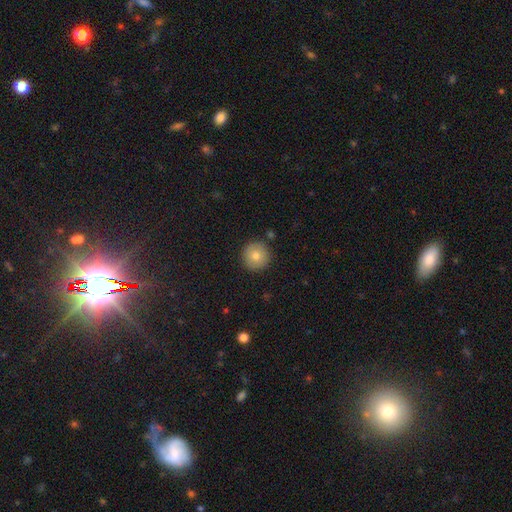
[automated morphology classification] A smooth galaxy with no disk features (79%) that is round (95%).

Vote fractions:
- Smooth or featured? smooth: 79% / featured or disk: 12% / star or artifact: 9%
- How rounded? round: 95% / in between: 4% / cigar-shaped: 1%
- Merging? none: 89% / minor disturbance: 7% / merger: 2% / major disturbance: 2%